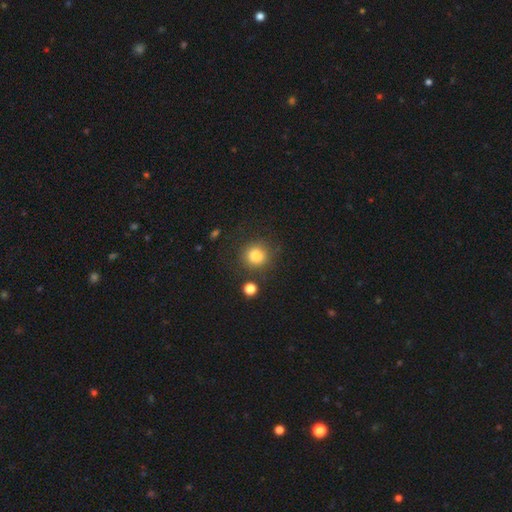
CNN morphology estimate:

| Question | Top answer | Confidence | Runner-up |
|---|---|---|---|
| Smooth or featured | smooth | 82% | star or artifact (11%) |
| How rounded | round | 91% | in between (8%) |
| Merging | none | 82% | minor disturbance (9%) |